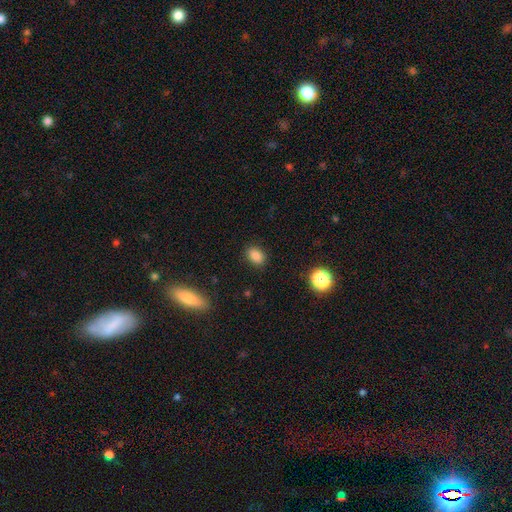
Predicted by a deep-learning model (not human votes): smooth 84%, star or artifact 11%, featured or disk 5%. Down the decision tree: how rounded — in between (72%); merging — none (87%).